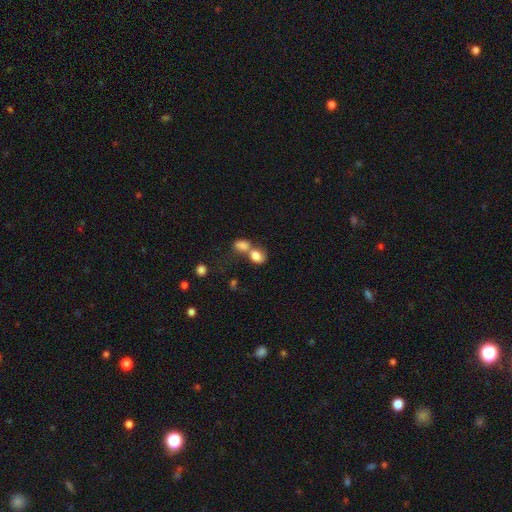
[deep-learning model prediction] The model was most divided on "how rounded": in between: 58%, round: 40%, cigar-shaped: 2%. More confident: smooth or featured — smooth (79%); merging — merger (67%).